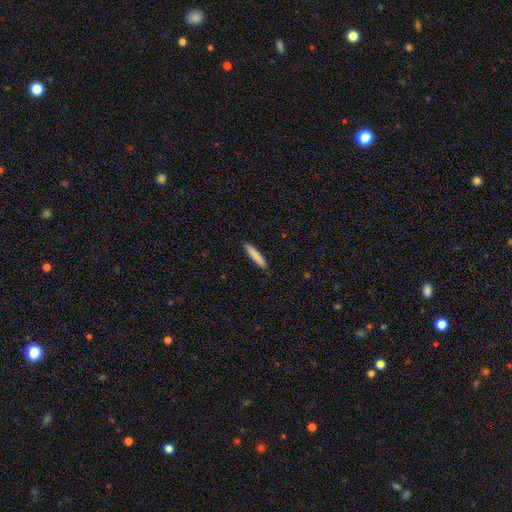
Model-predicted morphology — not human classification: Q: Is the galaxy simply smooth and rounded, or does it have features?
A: smooth — 84%.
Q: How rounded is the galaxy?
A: cigar-shaped — 90%.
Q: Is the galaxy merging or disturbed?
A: none — 90%.